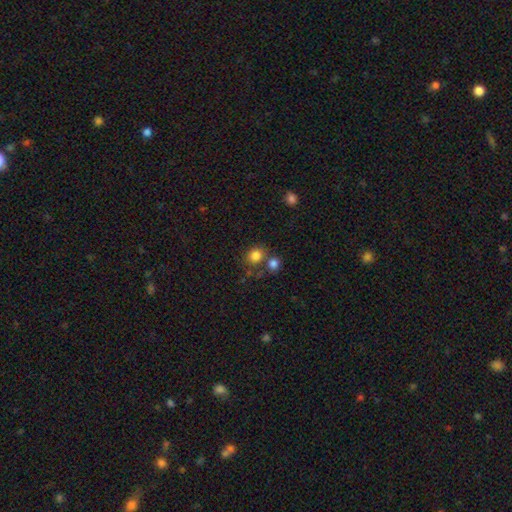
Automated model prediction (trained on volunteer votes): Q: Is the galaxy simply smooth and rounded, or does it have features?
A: smooth — 83%.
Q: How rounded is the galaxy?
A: round — 71%.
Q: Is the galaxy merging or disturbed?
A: none — 61%.